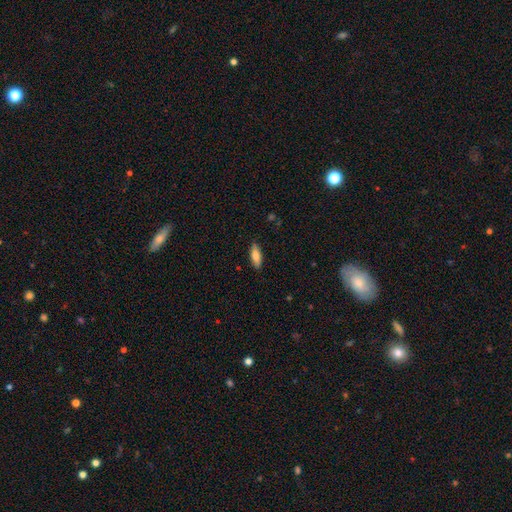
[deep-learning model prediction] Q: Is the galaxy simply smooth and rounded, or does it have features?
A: smooth — 78%.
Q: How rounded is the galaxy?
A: in between — 62%.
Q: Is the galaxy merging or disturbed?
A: none — 88%.